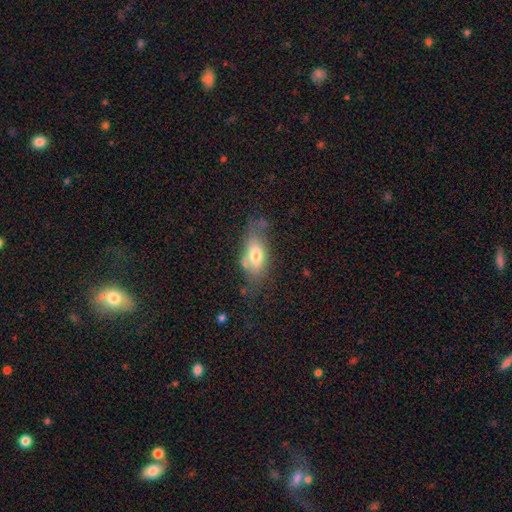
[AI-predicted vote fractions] The model was most divided on "merging": none: 53%, minor disturbance: 27%, major disturbance: 12%, merger: 8%. More confident: how rounded — in between (83%); smooth or featured — smooth (68%).